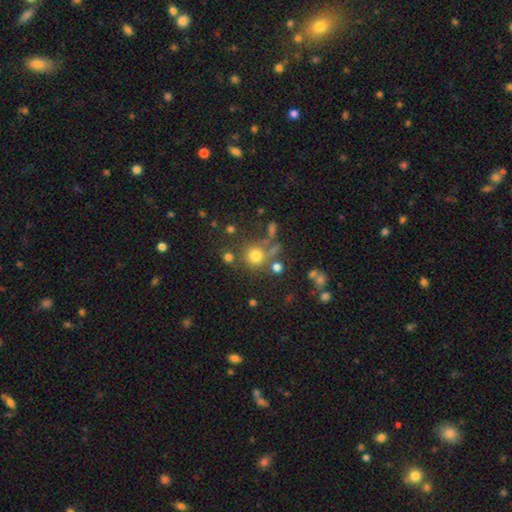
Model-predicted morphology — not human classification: smooth_or_featured: smooth (p=0.72) [alt: star or artifact p=0.17]
how_rounded: round (p=0.91) [alt: in between p=0.08]
merging: none (p=0.65) [alt: merger p=0.16]